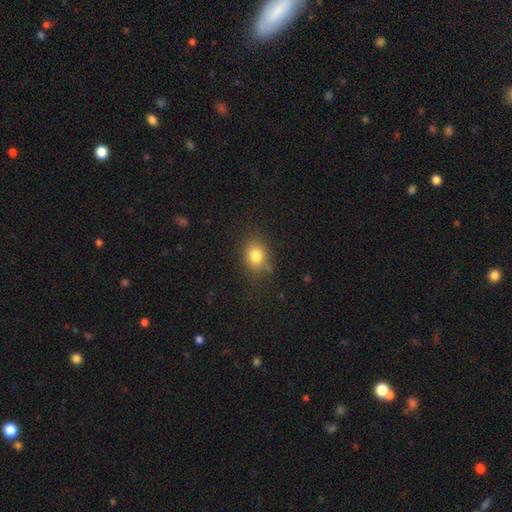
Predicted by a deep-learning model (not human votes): A smooth galaxy with no disk features (80%) that is in between round and cigar-shaped (51%).

Vote fractions:
- Smooth or featured? smooth: 80% / star or artifact: 11% / featured or disk: 8%
- How rounded? in between: 51% / round: 48% / cigar-shaped: 1%
- Merging? none: 76% / minor disturbance: 17% / major disturbance: 5% / merger: 3%